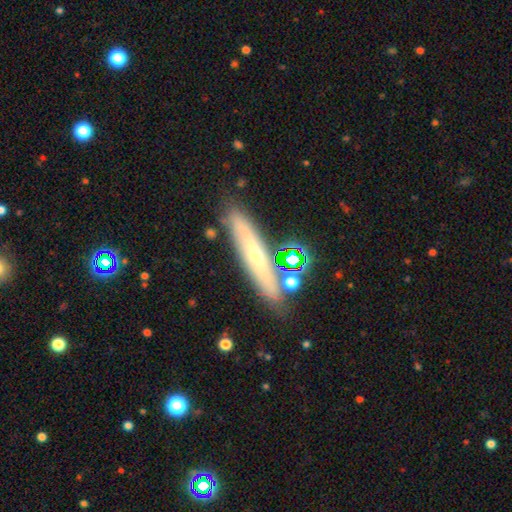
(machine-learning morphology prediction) Smooth or featured?
  - featured or disk: 59% *
  - smooth: 31%
  - star or artifact: 10%
Edge-on disk?
  - yes: 74% *
  - no: 26%
Merging?
  - none: 79% *
  - minor disturbance: 12%
  - merger: 5%
  - major disturbance: 3%